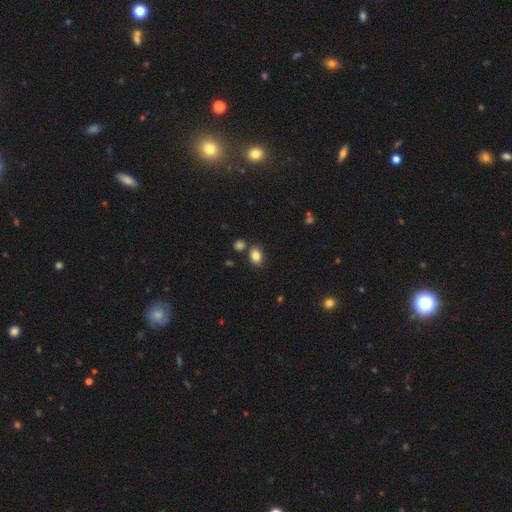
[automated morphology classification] smooth 84%, star or artifact 10%, featured or disk 6%. Down the decision tree: how rounded — in between (73%); merging — none (76%).